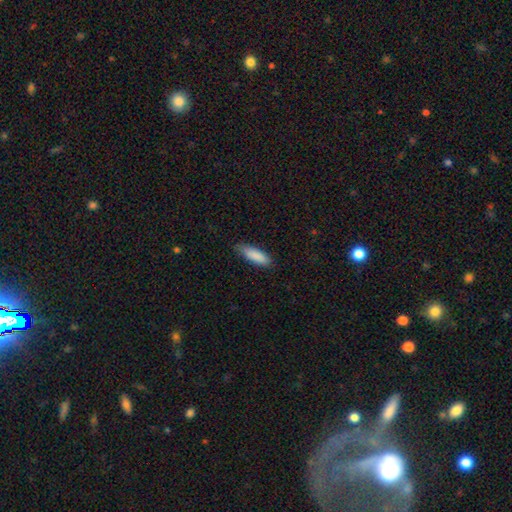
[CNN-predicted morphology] smooth 88%, featured or disk 6%, star or artifact 6%. Down the decision tree: how rounded — in between (50%); merging — none (79%).